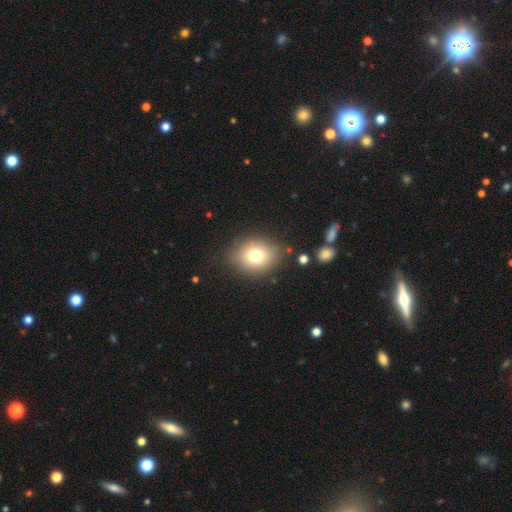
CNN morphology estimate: A smooth galaxy with no disk features (75%) that is round (52%).

Vote fractions:
- Smooth or featured? smooth: 75% / featured or disk: 13% / star or artifact: 12%
- How rounded? round: 52% / in between: 47% / cigar-shaped: 1%
- Merging? none: 82% / minor disturbance: 12% / major disturbance: 4% / merger: 2%